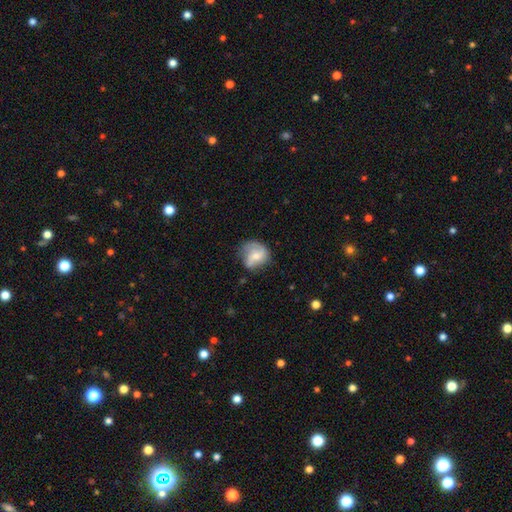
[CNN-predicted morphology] Smooth or featured? featured or disk (48%)
Merging? none (50%)